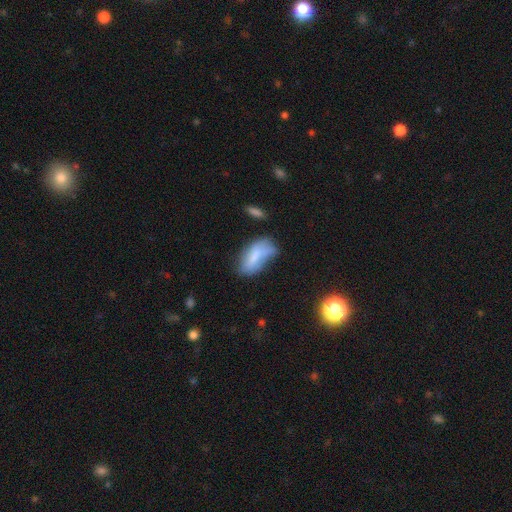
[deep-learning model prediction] Smooth or featured? smooth (70%)
How rounded? in between (89%)
Merging? none (37%)